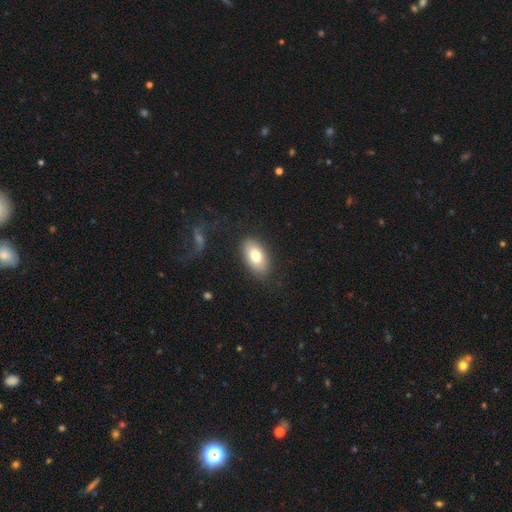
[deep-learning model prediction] Q: Smooth or featured?
A: smooth (76%); runner-up: featured or disk (18%)
Q: How rounded?
A: in between (93%); runner-up: round (4%)
Q: Merging?
A: none (83%); runner-up: minor disturbance (12%)